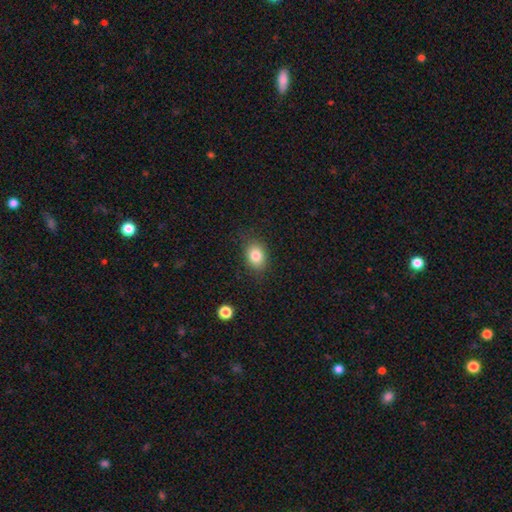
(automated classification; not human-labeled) Smooth or featured? smooth (82%)
How rounded? in between (67%)
Merging? none (83%)